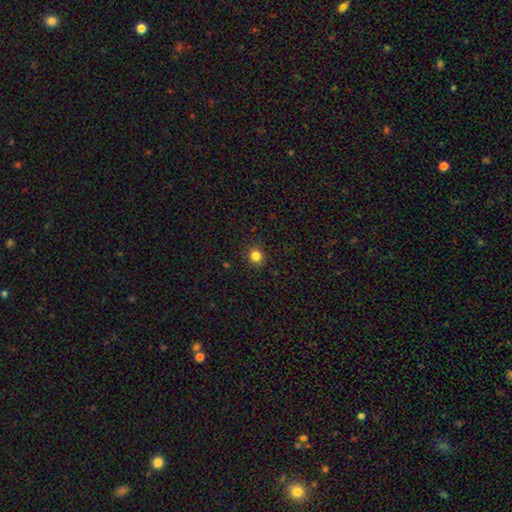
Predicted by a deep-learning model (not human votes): smooth 83%, star or artifact 12%, featured or disk 4%. Down the decision tree: how rounded — round (89%); merging — none (91%).